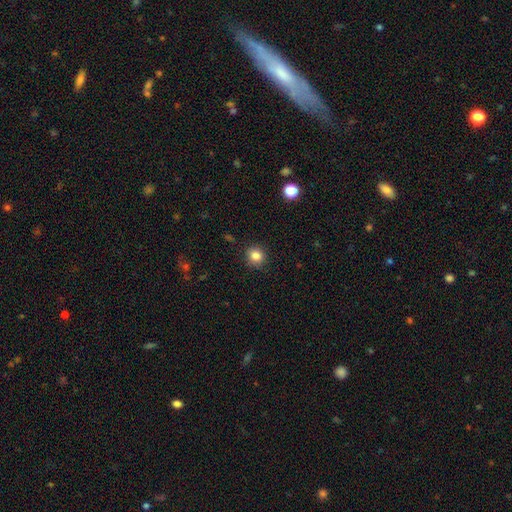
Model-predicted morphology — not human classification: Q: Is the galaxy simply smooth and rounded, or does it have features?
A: smooth — 84%.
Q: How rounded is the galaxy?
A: round — 87%.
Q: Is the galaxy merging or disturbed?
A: none — 89%.